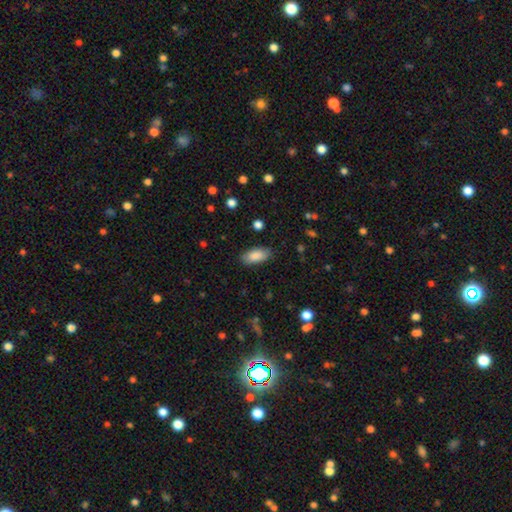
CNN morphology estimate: A smooth galaxy with no disk features (87%) that is in between round and cigar-shaped (89%). Merging: none (86%).